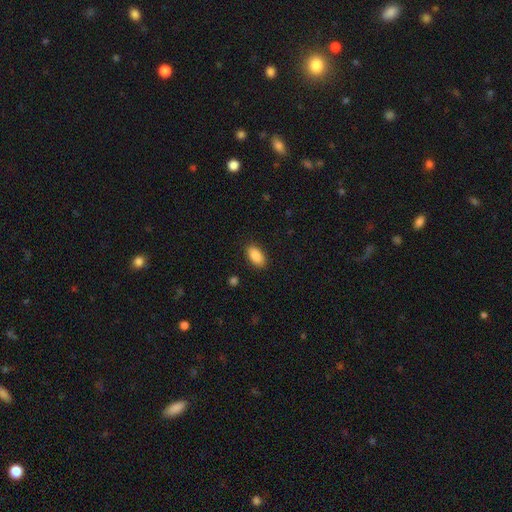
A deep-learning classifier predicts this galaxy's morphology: smooth-or-featured: smooth: 89% | star or artifact: 7% | featured or disk: 4%
  how-rounded: in between: 93% | cigar-shaped: 4% | round: 3%
  merging: none: 88% | minor disturbance: 8% | major disturbance: 2% | merger: 1%